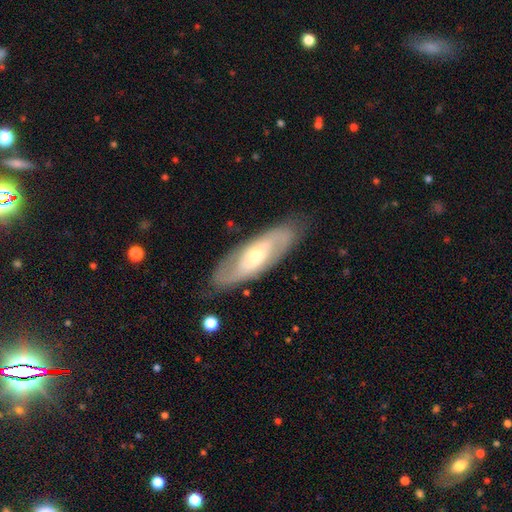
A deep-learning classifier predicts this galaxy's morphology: The model was most divided on "bulge size": moderate: 50%, small: 44%, large: 4%, dominant: 1%, none: 1%. More confident: edge-on disk — no (84%); merging — none (82%); spiral arms — yes (72%); smooth or featured — featured or disk (68%); bar — no (59%).